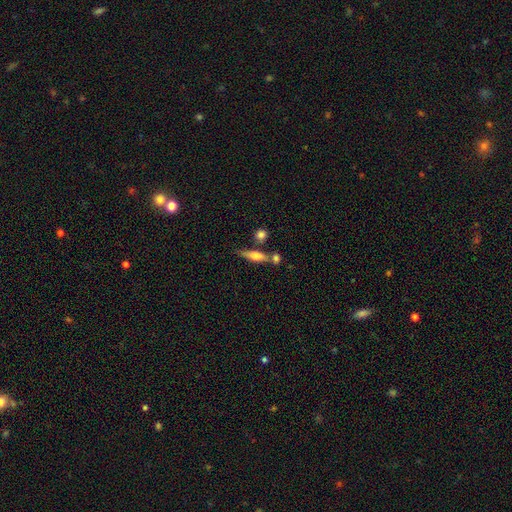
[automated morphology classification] smooth 54%, featured or disk 38%, star or artifact 8%. Down the decision tree: how rounded — cigar-shaped (64%); merging — none (62%).